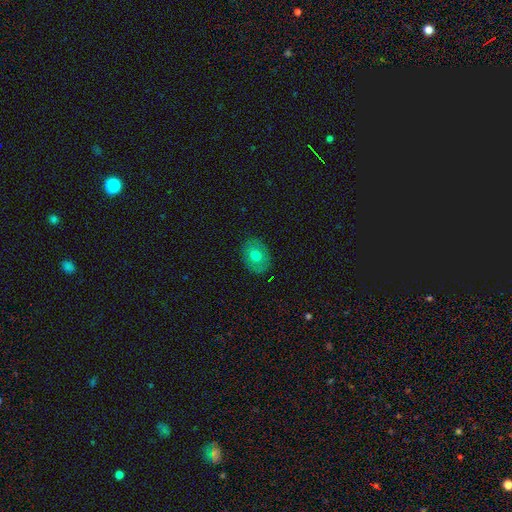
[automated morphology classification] The model was most divided on "how rounded": in between: 58%, round: 41%, cigar-shaped: 1%. More confident: merging — none (86%); smooth or featured — smooth (68%).